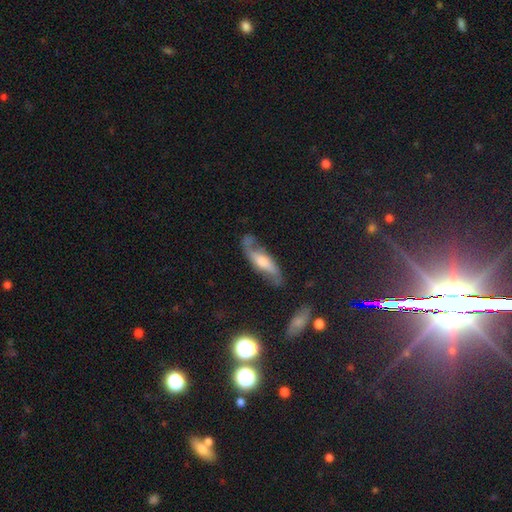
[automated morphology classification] Q: Smooth or featured?
A: featured or disk (71%); runner-up: smooth (22%)
Q: Edge-on disk?
A: no (72%); runner-up: yes (28%)
Q: Bar?
A: no (44%); runner-up: weak (36%)
Q: Spiral arms?
A: yes (89%); runner-up: no (11%)
Q: Bulge size?
A: moderate (57%); runner-up: small (22%)
Q: Merging?
A: none (64%); runner-up: minor disturbance (21%)